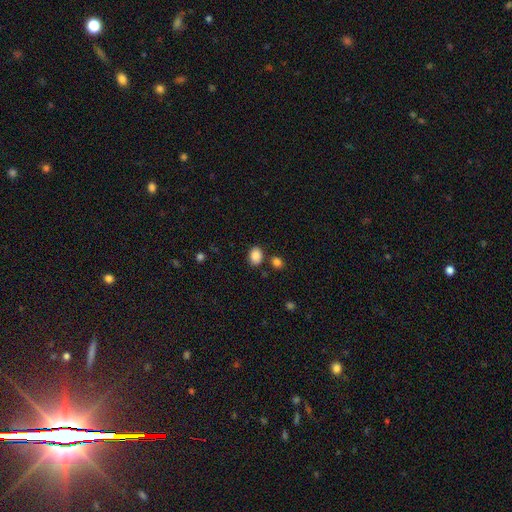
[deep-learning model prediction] This appears to be a smooth galaxy with no disk features (87%) that is in between round and cigar-shaped (66%). Merging: none (78%).